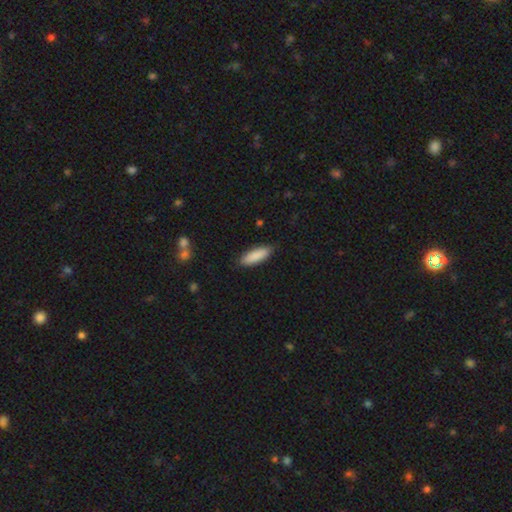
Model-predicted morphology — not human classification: smooth_or_featured: smooth (p=0.88) [alt: featured or disk p=0.06]
how_rounded: in between (p=0.54) [alt: cigar-shaped p=0.45]
merging: none (p=0.87) [alt: minor disturbance p=0.10]